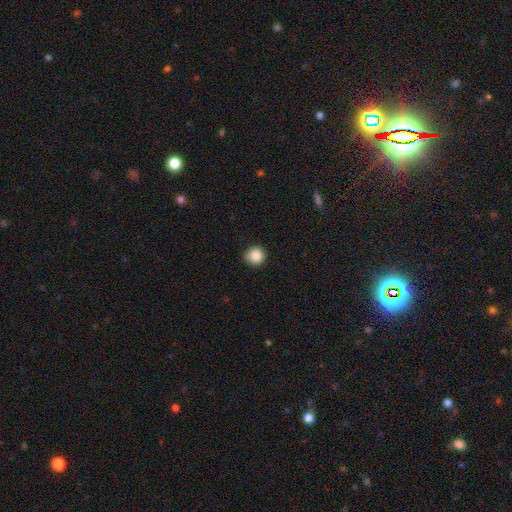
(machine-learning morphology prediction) Smooth or featured? Predicted: smooth (p=0.87). How rounded? Predicted: round (p=0.94). Merging? Predicted: none (p=0.85).